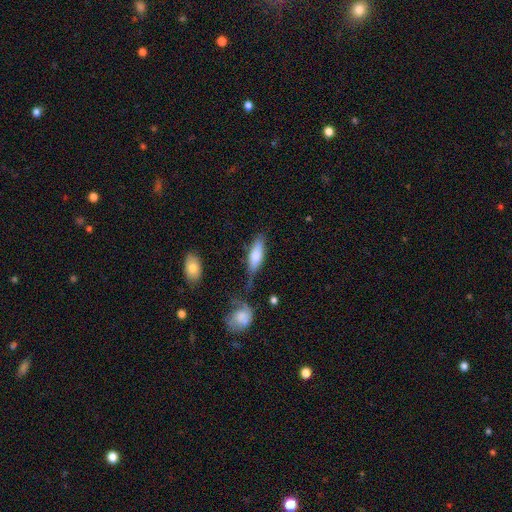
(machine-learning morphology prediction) A smooth galaxy with no disk features (71%) that is in between round and cigar-shaped (56%).

Vote fractions:
- Smooth or featured? smooth: 71% / featured or disk: 22% / star or artifact: 7%
- How rounded? in between: 56% / cigar-shaped: 42% / round: 3%
- Merging? none: 54% / minor disturbance: 26% / major disturbance: 11% / merger: 9%